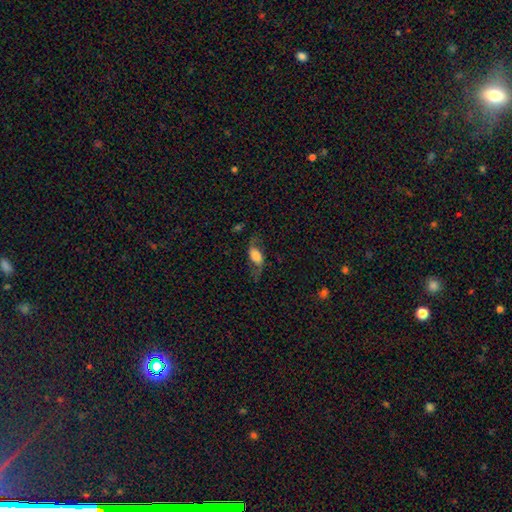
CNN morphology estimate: Smooth or featured?
  - smooth: 45% * (tied)
  - featured or disk: 45% * (tied)
  - star or artifact: 9%
Merging?
  - none: 60% *
  - minor disturbance: 20%
  - major disturbance: 18%
  - merger: 2%